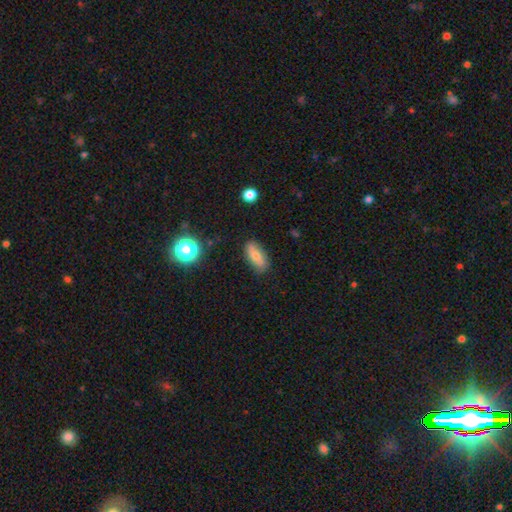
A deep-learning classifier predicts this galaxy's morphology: This is likely a smooth galaxy (72%). How rounded: clearly in between (80%). Merging: clearly none (80%).